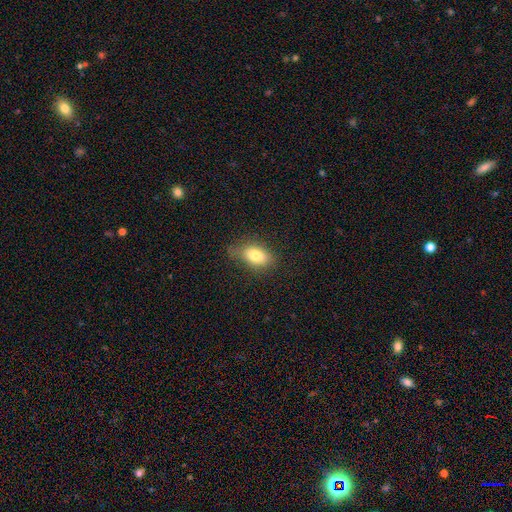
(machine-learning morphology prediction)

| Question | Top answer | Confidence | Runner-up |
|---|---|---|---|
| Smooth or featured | smooth | 79% | featured or disk (12%) |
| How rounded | in between | 86% | round (11%) |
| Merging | none | 68% | minor disturbance (23%) |